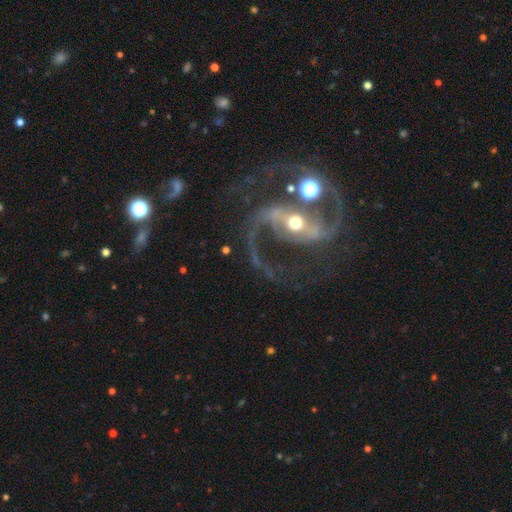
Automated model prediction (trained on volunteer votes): A featured or disk galaxy (92%) with a strong bar (59%), 2 (94%) medium (65%) spiral arms (98%) and a moderate central bulge (58%). Merging: none (69%).